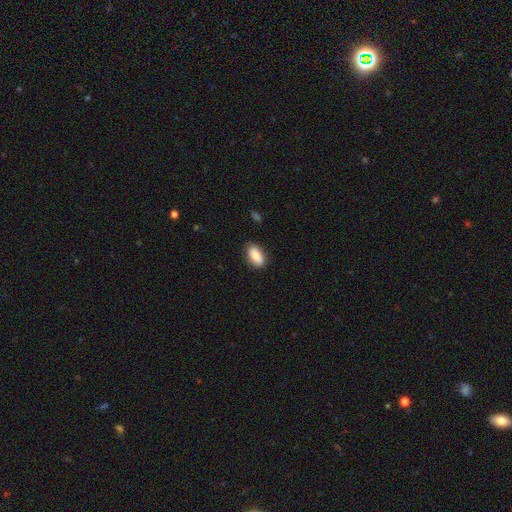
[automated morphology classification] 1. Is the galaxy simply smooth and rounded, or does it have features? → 82% smooth, 11% featured or disk, 7% star or artifact.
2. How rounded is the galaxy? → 91% in between, 5% cigar-shaped, 4% round.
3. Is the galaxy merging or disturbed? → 83% none, 13% minor disturbance, 2% major disturbance, 1% merger.